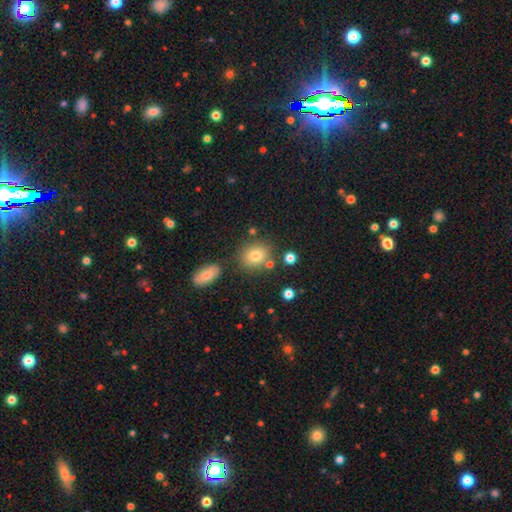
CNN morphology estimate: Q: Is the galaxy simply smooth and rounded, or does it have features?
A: smooth — 78%.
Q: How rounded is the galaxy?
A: round — 62%.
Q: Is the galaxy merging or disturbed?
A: none — 77%.